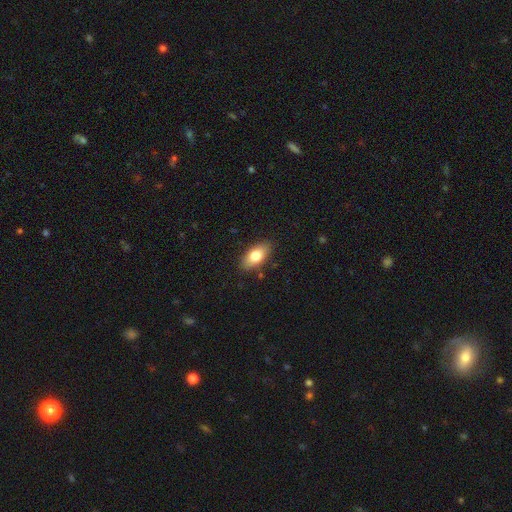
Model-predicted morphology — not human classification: Smooth or featured: smooth — 79% (featured or disk — 14%)
How rounded: in between — 90% (cigar-shaped — 7%)
Merging: none — 86% (minor disturbance — 10%)